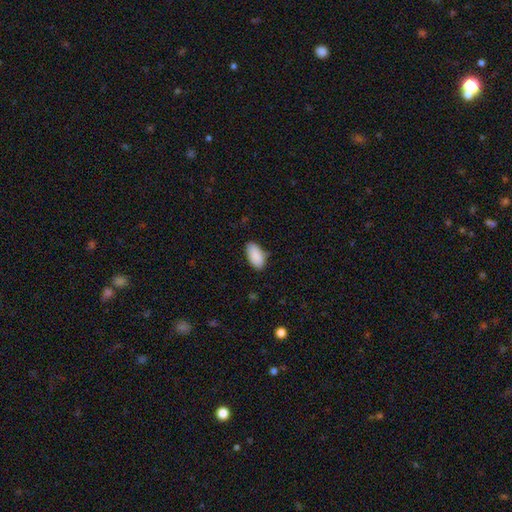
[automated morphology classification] smooth 90%, star or artifact 6%, featured or disk 4%. Down the decision tree: how rounded — in between (94%); merging — none (78%).